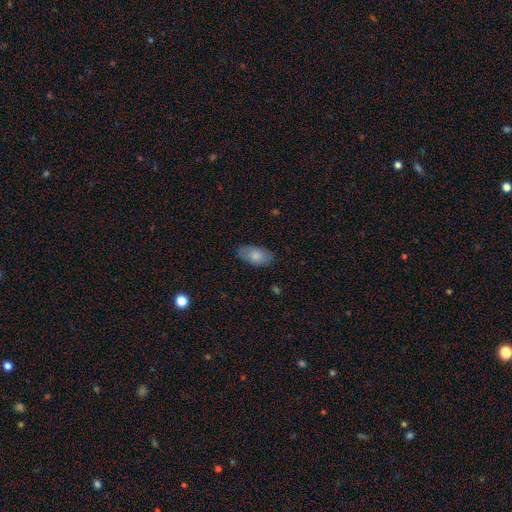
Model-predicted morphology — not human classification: A smooth galaxy with no disk features (81%) that is in between round and cigar-shaped (93%).

Vote fractions:
- Smooth or featured? smooth: 81% / featured or disk: 12% / star or artifact: 7%
- How rounded? in between: 93% / round: 4% / cigar-shaped: 3%
- Merging? none: 77% / minor disturbance: 18% / major disturbance: 4% / merger: 1%